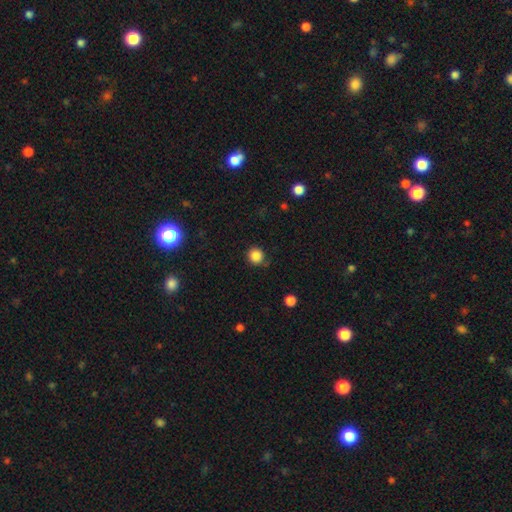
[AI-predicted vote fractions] The model was most divided on "merging": none: 82%, minor disturbance: 12%, major disturbance: 3%, merger: 3%. More confident: how rounded — round (92%); smooth or featured — smooth (85%).